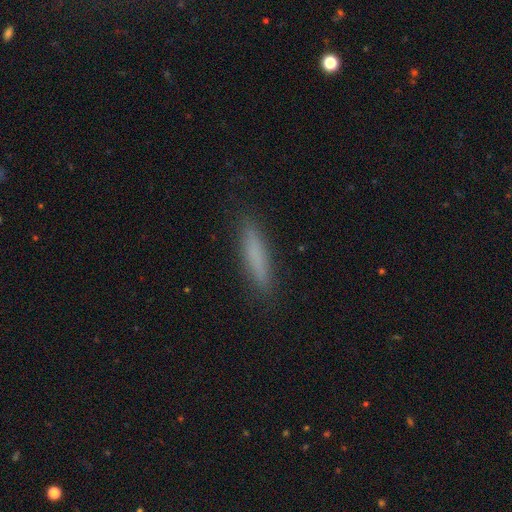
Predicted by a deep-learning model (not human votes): Smooth or featured?
  - smooth: 77% *
  - featured or disk: 15%
  - star or artifact: 8%
How rounded?
  - cigar-shaped: 87% *
  - in between: 12%
  - round: 1%
Merging?
  - none: 88% *
  - minor disturbance: 9%
  - major disturbance: 2%
  - merger: 1%